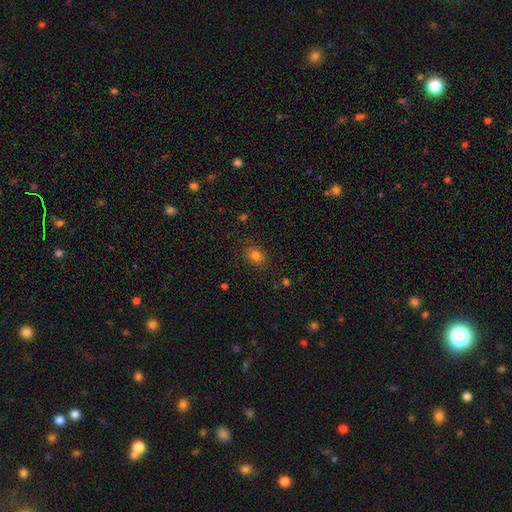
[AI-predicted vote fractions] This is likely a smooth galaxy (79%). How rounded: possibly round (51%). Merging: clearly none (85%).